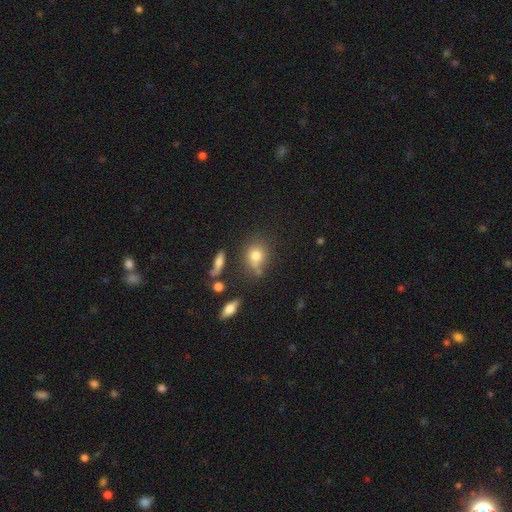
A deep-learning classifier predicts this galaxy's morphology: A smooth galaxy with no disk features (74%) that is round (63%). Merging: none (61%).